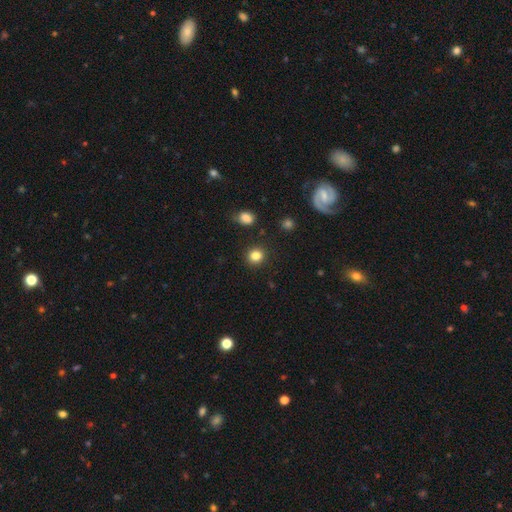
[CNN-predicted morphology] This appears to be a smooth galaxy with no disk features (84%) that is round (84%). Merging: none (89%).